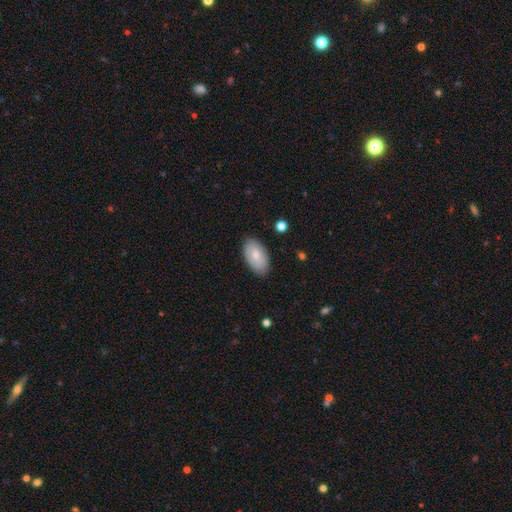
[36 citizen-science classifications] smooth_or_featured: smooth (p=0.78) [alt: featured or disk p=0.19]
how_rounded: in between (p=1.00)
merging: none (p=0.77) [alt: minor disturbance p=0.17]